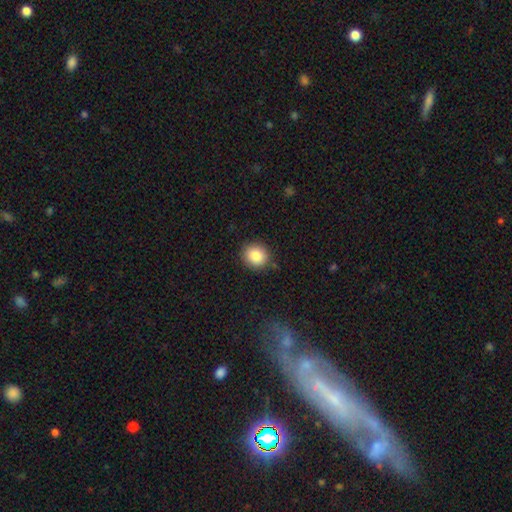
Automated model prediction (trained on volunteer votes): Smooth or featured? Predicted: smooth (p=0.85). How rounded? Predicted: round (p=0.82). Merging? Predicted: none (p=0.88).